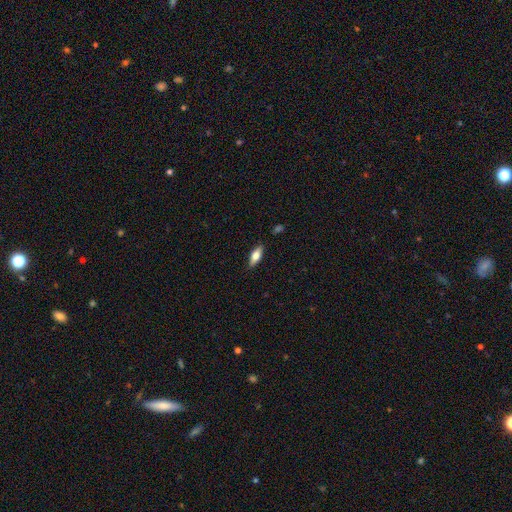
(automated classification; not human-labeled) Smooth or featured?
  - smooth: 67% *
  - featured or disk: 27%
  - star or artifact: 7%
How rounded?
  - in between: 70% *
  - cigar-shaped: 27%
  - round: 2%
Merging?
  - none: 87% *
  - minor disturbance: 10%
  - major disturbance: 2%
  - merger: 1%